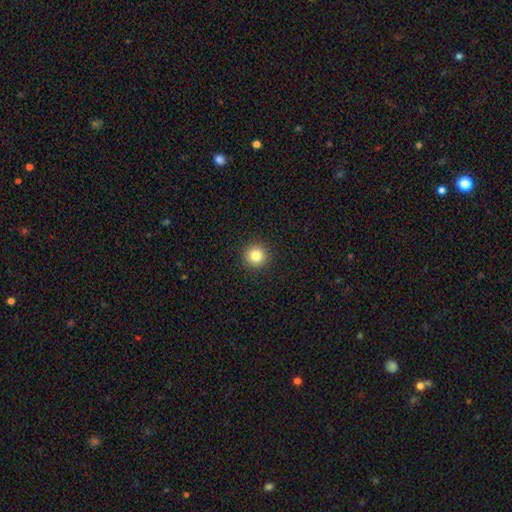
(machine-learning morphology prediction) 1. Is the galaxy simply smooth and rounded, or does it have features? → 83% smooth, 11% star or artifact, 6% featured or disk.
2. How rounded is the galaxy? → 95% round, 5% in between, 1% cigar-shaped.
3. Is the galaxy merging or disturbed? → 93% none, 4% minor disturbance, 2% major disturbance, 1% merger.